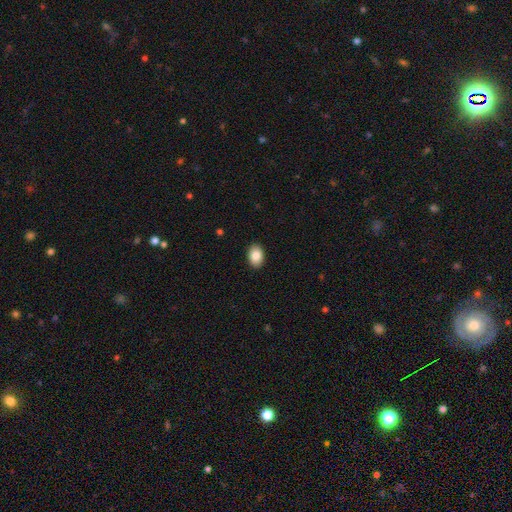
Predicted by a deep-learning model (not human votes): This appears to be a smooth galaxy with no disk features (87%) that is in between round and cigar-shaped (84%). Merging: none (90%).